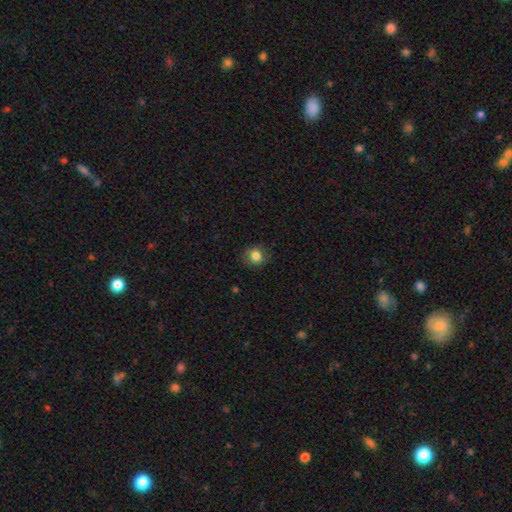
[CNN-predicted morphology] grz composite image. It shows a smooth galaxy with no disk features (83%) that is round (80%). Merging: none (83%).